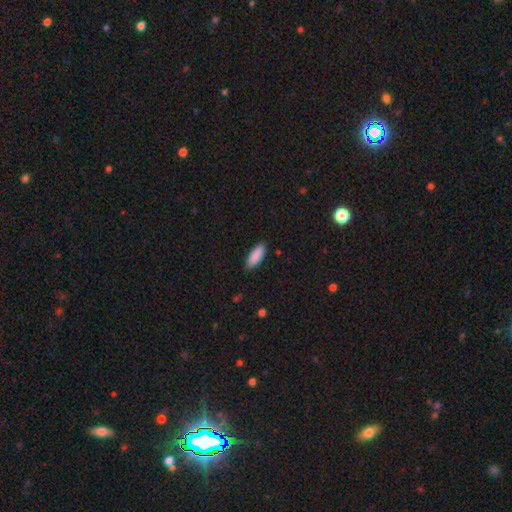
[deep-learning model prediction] A smooth galaxy with no disk features (90%) that is in between round and cigar-shaped (75%). Merging: none (86%).